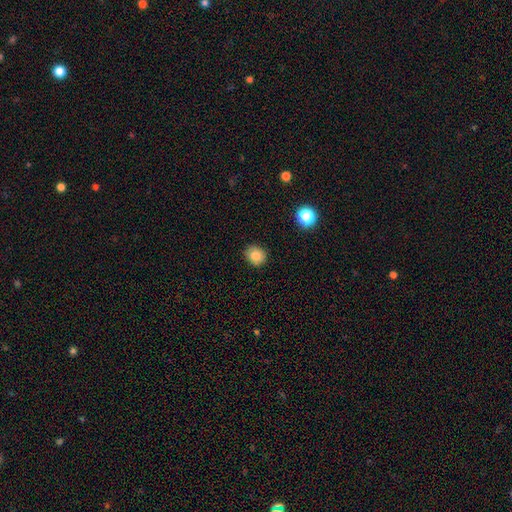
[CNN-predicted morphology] smooth 83%, star or artifact 10%, featured or disk 7%. Down the decision tree: how rounded — round (75%); merging — none (87%).